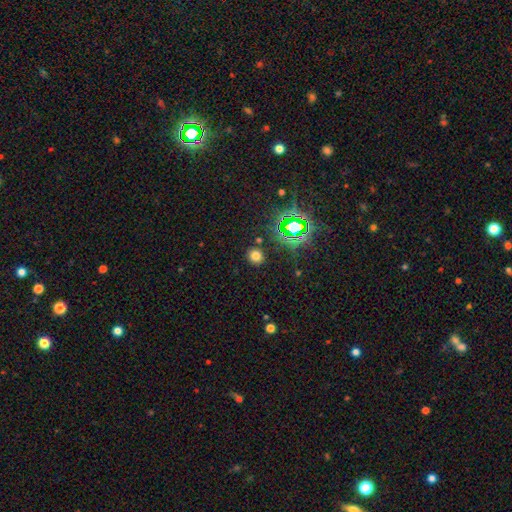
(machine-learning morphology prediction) Smooth or featured: smooth — 68% (star or artifact — 25%)
How rounded: round — 87% (in between — 12%)
Merging: none — 88% (minor disturbance — 7%)